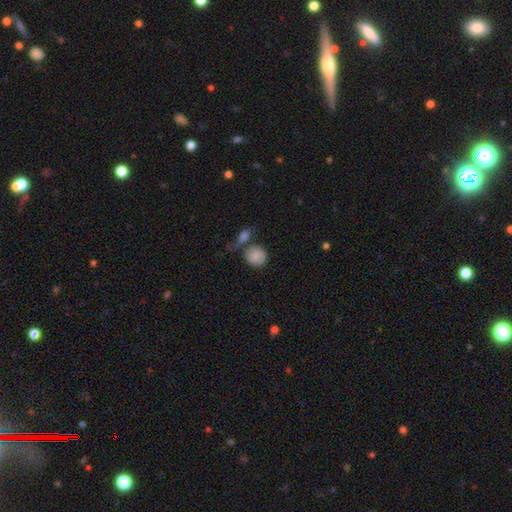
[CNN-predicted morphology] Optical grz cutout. It shows a smooth galaxy with no disk features (84%) that is round (84%). Merging: none (47%).